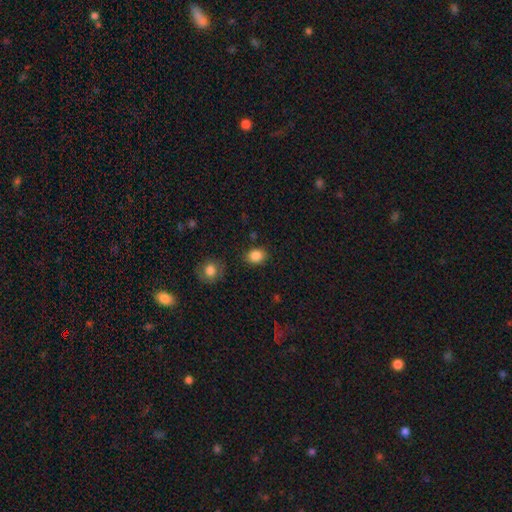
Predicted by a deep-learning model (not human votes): Overall: smooth (86%). How rounded: in between (53%; round 46%). Merging: none (83%).